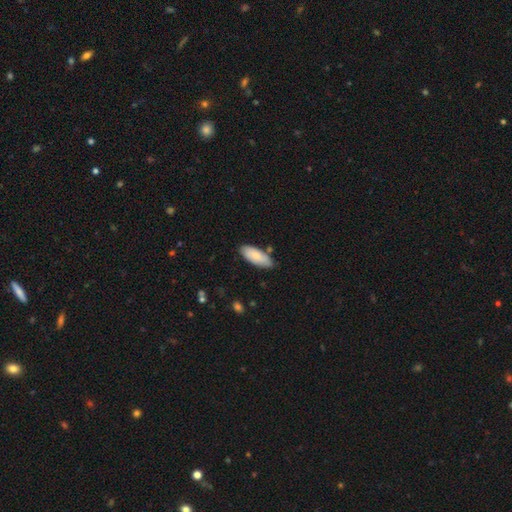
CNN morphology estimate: The model was most divided on "how rounded": in between: 79%, cigar-shaped: 19%, round: 2%. More confident: smooth or featured — smooth (81%); merging — none (78%).